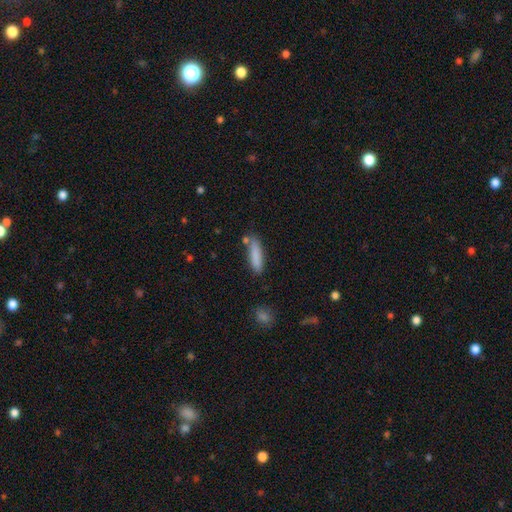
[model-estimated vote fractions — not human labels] smooth-or-featured: smooth: 85% | featured or disk: 8% | star or artifact: 7%
  how-rounded: cigar-shaped: 70% | in between: 28% | round: 2%
  merging: none: 73% | minor disturbance: 16% | merger: 7% | major disturbance: 4%